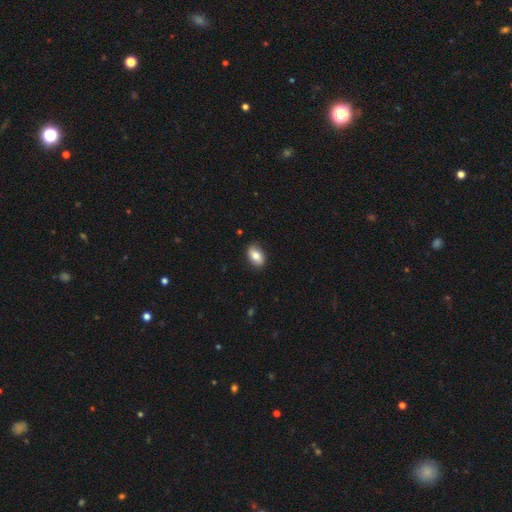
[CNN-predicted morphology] Smooth or featured? smooth (78%)
How rounded? in between (87%)
Merging? none (86%)